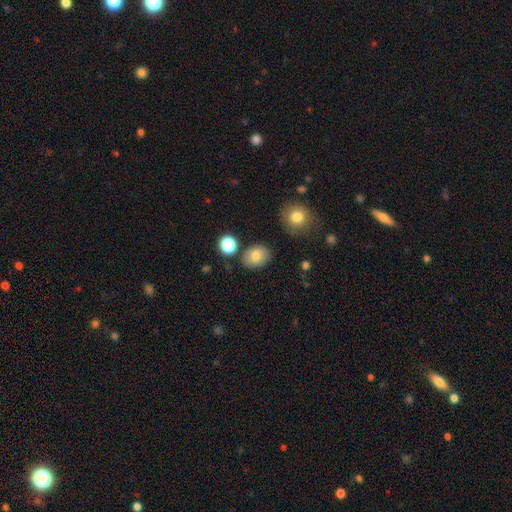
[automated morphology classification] The model was most divided on "how rounded": in between: 64%, round: 35%, cigar-shaped: 1%. More confident: merging — none (81%); smooth or featured — smooth (79%).